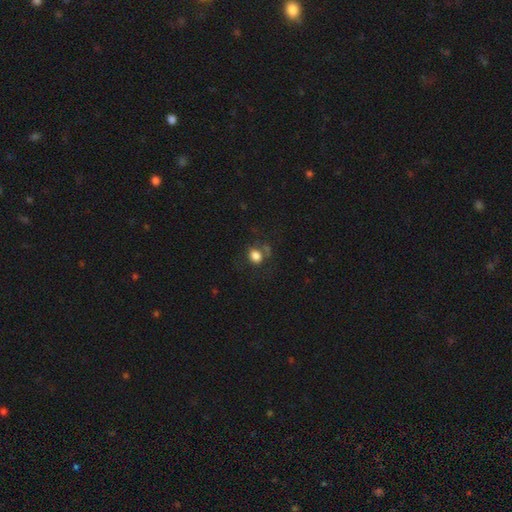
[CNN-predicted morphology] This appears to be a smooth galaxy with no disk features (78%) that is round (58%). Merging: none (60%).